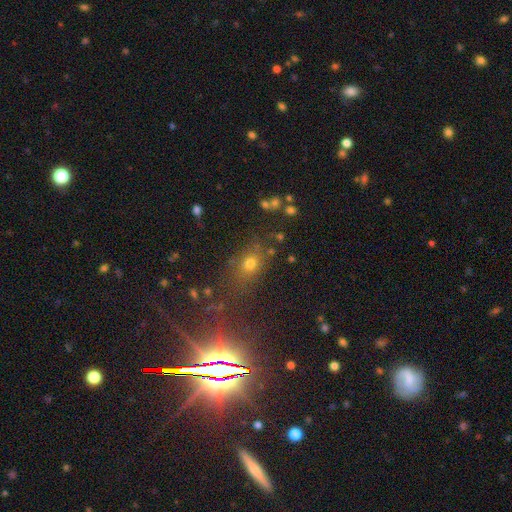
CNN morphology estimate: smooth 56%, star or artifact 32%, featured or disk 12%. Down the decision tree: how rounded — in between (49%); merging — none (73%).